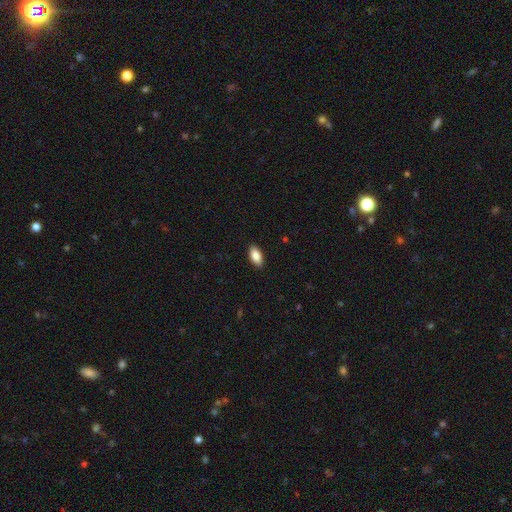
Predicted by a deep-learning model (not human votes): A smooth galaxy with no disk features (86%) that is in between round and cigar-shaped (91%). Merging: none (89%).